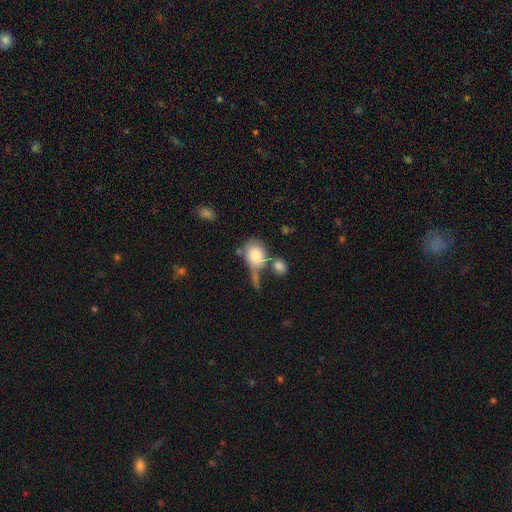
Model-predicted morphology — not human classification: smooth-or-featured: smooth: 80% | featured or disk: 13% | star or artifact: 7%
  how-rounded: in between: 67% | round: 31% | cigar-shaped: 2%
  merging: none: 40% | merger: 29% | minor disturbance: 19% | major disturbance: 12%